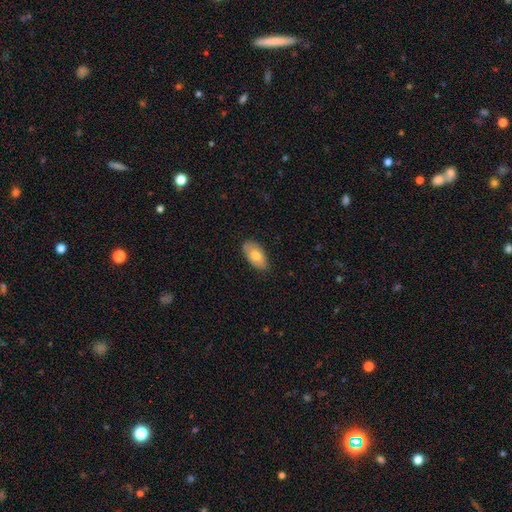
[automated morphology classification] A smooth galaxy with no disk features (74%) that is in between round and cigar-shaped (94%). Merging: none (79%).